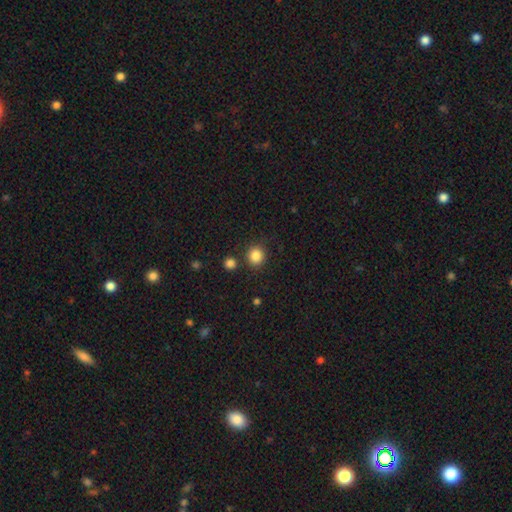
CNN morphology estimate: A smooth galaxy with no disk features (85%) that is round (89%). Merging: none (84%).